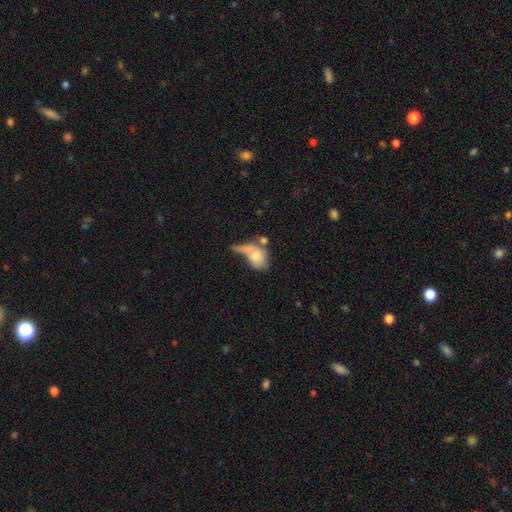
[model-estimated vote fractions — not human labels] The model was most divided on "merging": merger: 34%, major disturbance: 28%, none: 20%, minor disturbance: 18%. More confident: how rounded — in between (73%); smooth or featured — smooth (66%).